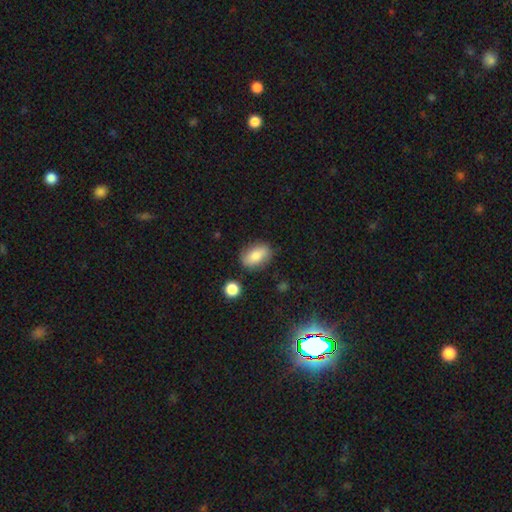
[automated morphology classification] smooth-or-featured: smooth: 77% | featured or disk: 15% | star or artifact: 8%
  how-rounded: in between: 83% | round: 13% | cigar-shaped: 3%
  merging: none: 79% | minor disturbance: 14% | major disturbance: 4% | merger: 3%